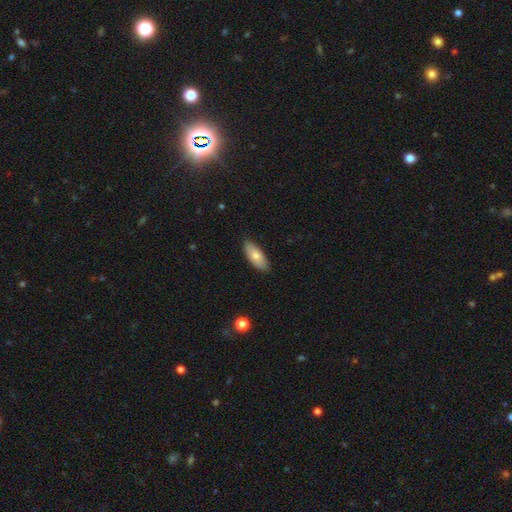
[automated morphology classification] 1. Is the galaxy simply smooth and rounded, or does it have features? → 78% smooth, 16% featured or disk, 6% star or artifact.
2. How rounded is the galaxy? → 82% in between, 15% cigar-shaped, 2% round.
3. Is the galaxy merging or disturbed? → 86% none, 11% minor disturbance, 2% major disturbance, 1% merger.